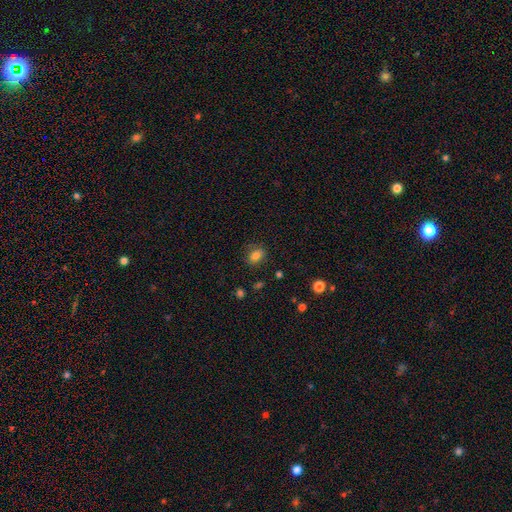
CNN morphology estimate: Smooth or featured?
  - smooth: 81% *
  - star or artifact: 11%
  - featured or disk: 8%
How rounded?
  - in between: 73% *
  - round: 25%
  - cigar-shaped: 2%
Merging?
  - none: 80% *
  - minor disturbance: 14%
  - major disturbance: 4%
  - merger: 2%